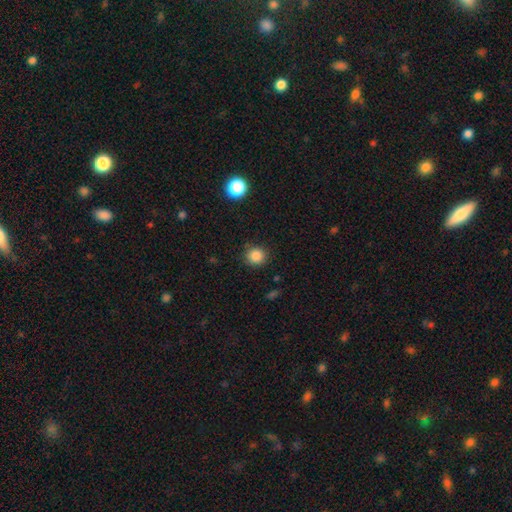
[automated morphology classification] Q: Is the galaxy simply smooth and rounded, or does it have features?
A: smooth — 85%.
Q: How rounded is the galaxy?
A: round — 92%.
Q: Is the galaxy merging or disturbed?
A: none — 87%.